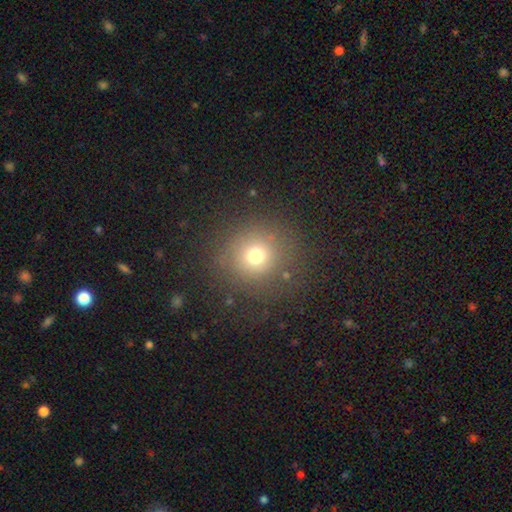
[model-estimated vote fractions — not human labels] This appears to be a smooth galaxy with no disk features (71%) that is round (90%). Merging: none (81%).